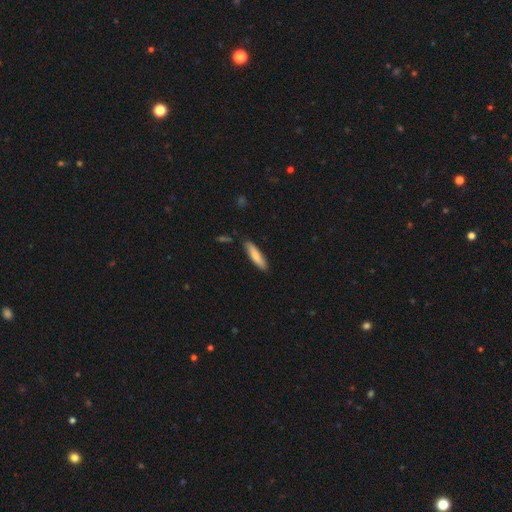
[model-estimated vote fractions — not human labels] smooth-or-featured: smooth: 76% | featured or disk: 19% | star or artifact: 6%
  how-rounded: cigar-shaped: 76% | in between: 22% | round: 1%
  merging: none: 85% | minor disturbance: 11% | merger: 2% | major disturbance: 2%